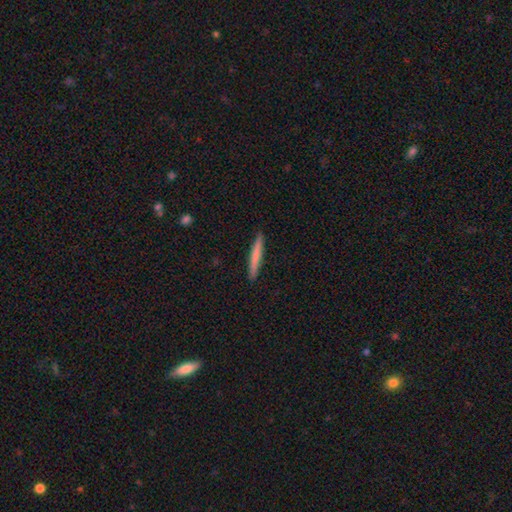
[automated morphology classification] type=smooth (71%); roundness=cigar-shaped (96%); merging=none (91%).